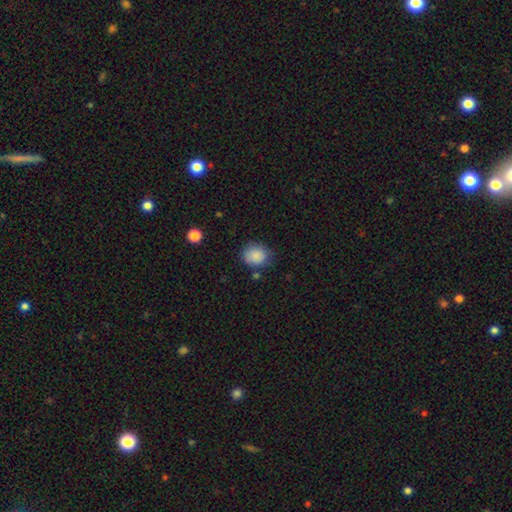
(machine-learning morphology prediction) smooth_or_featured: smooth (p=0.87) [alt: star or artifact p=0.08]
how_rounded: round (p=0.68) [alt: in between p=0.31]
merging: none (p=0.75) [alt: minor disturbance p=0.17]